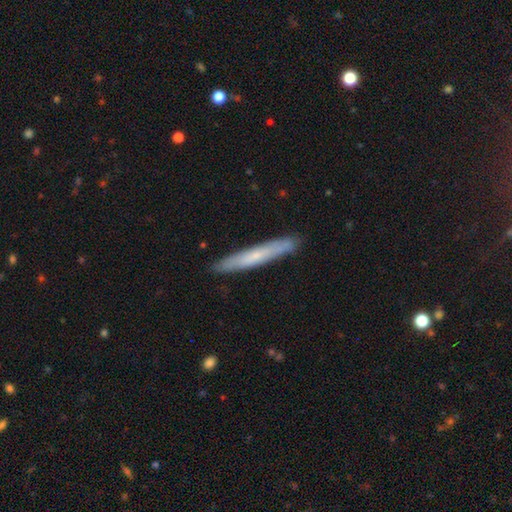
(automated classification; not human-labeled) This is possibly a smooth galaxy (54%). How rounded: clearly cigar-shaped (95%). Merging: clearly none (89%).